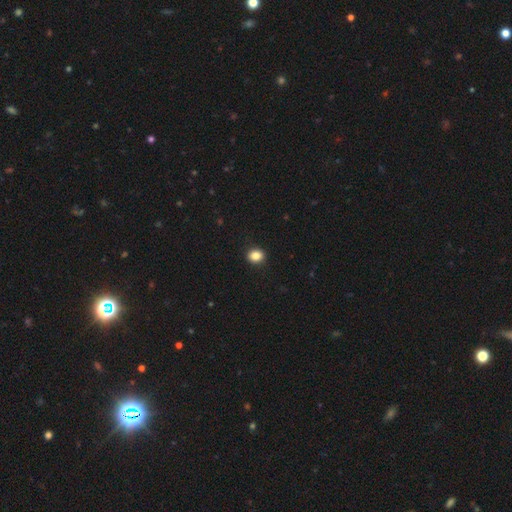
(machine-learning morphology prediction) A smooth galaxy with no disk features (86%) that is round (64%).

Vote fractions:
- Smooth or featured? smooth: 86% / star or artifact: 10% / featured or disk: 4%
- How rounded? round: 64% / in between: 35% / cigar-shaped: 1%
- Merging? none: 92% / minor disturbance: 6% / major disturbance: 2% / merger: 1%